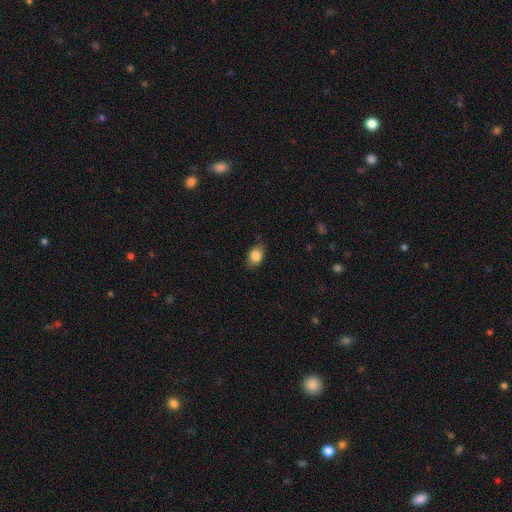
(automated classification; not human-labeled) Smooth or featured?
  - smooth: 85% *
  - star or artifact: 8%
  - featured or disk: 7%
How rounded?
  - in between: 79% *
  - round: 19%
  - cigar-shaped: 2%
Merging?
  - none: 79% *
  - minor disturbance: 16%
  - major disturbance: 4%
  - merger: 1%